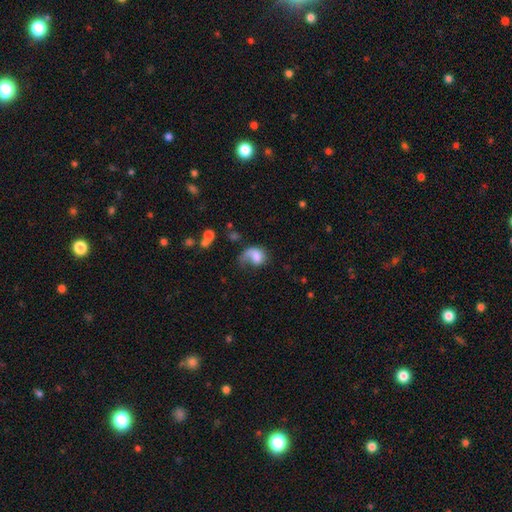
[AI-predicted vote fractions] Smooth or featured? smooth (55%)
How rounded? in between (60%)
Merging? major disturbance (50%)